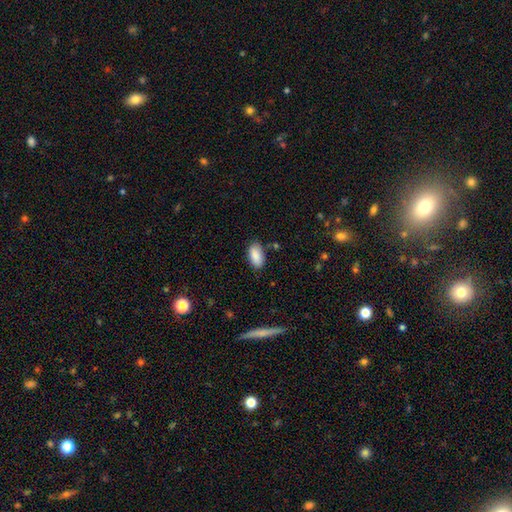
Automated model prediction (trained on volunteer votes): This appears to be a smooth galaxy with no disk features (89%) that is in between round and cigar-shaped (93%). Merging: none (81%).